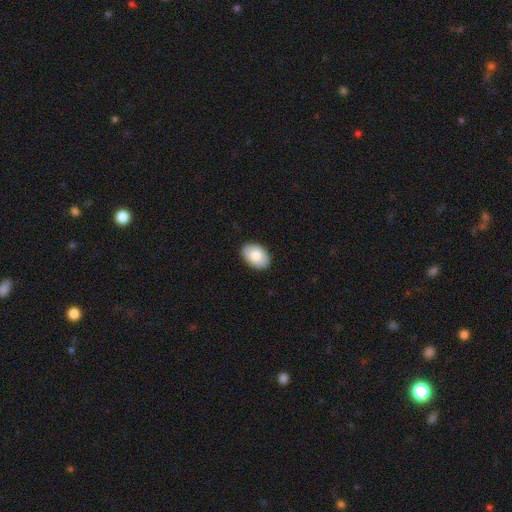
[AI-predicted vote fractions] A smooth galaxy with no disk features (81%) that is in between round and cigar-shaped (89%). Merging: none (89%).